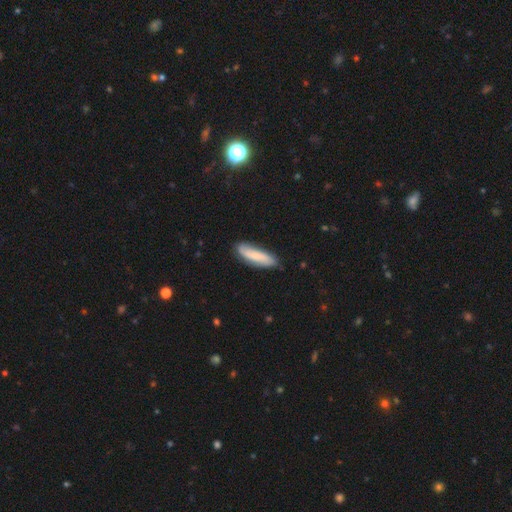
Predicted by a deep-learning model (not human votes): Smooth or featured?
  - smooth: 61% *
  - featured or disk: 33%
  - star or artifact: 7%
How rounded?
  - cigar-shaped: 56% *
  - in between: 42%
  - round: 2%
Merging?
  - none: 76% *
  - minor disturbance: 18%
  - major disturbance: 4%
  - merger: 2%